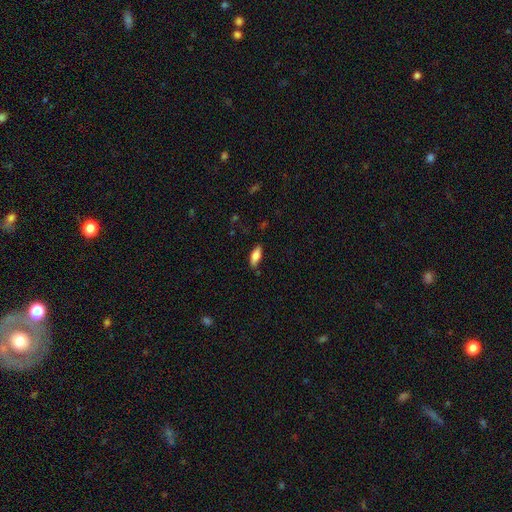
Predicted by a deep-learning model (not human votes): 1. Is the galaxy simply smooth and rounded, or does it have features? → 78% smooth, 16% featured or disk, 7% star or artifact.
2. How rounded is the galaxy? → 72% in between, 26% cigar-shaped, 2% round.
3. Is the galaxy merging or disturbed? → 80% none, 15% minor disturbance, 3% major disturbance, 2% merger.